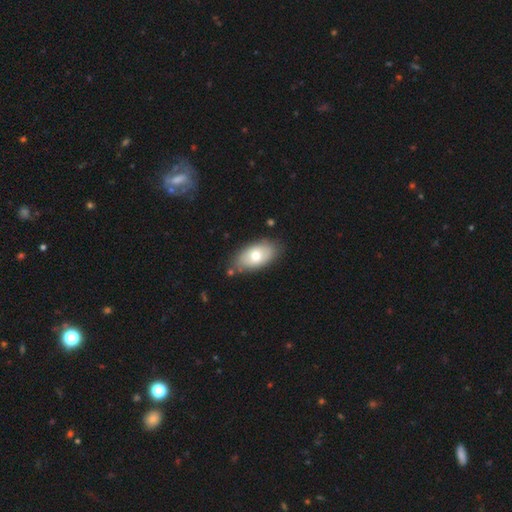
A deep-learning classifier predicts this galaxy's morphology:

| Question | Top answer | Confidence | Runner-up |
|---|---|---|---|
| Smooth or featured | smooth | 69% | featured or disk (24%) |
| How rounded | in between | 93% | round (4%) |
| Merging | none | 77% | minor disturbance (15%) |